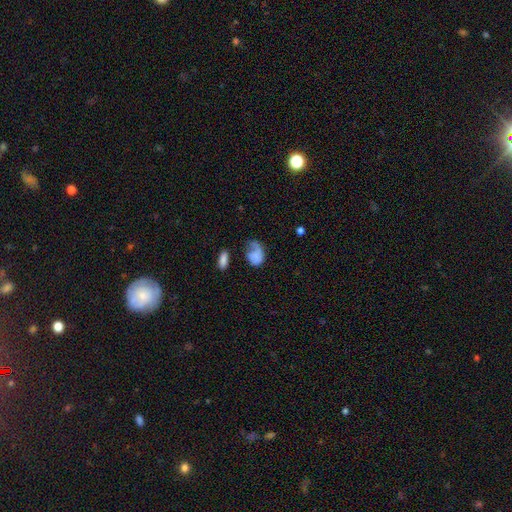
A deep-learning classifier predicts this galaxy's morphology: Q: Smooth or featured?
A: smooth (67%); runner-up: featured or disk (24%)
Q: How rounded?
A: in between (72%); runner-up: round (26%)
Q: Merging?
A: major disturbance (43%); runner-up: none (27%)